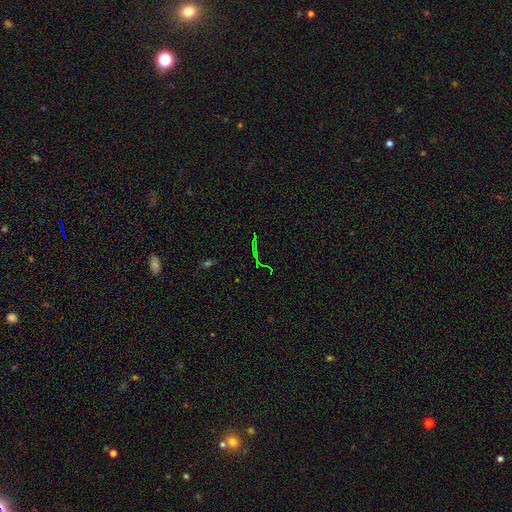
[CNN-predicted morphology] Overall: star or artifact (74%).